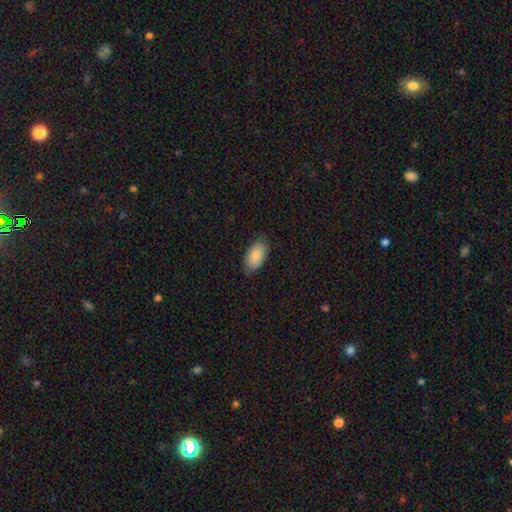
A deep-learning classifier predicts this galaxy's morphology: A smooth galaxy with no disk features (85%) that is in between round and cigar-shaped (94%). Merging: none (81%).